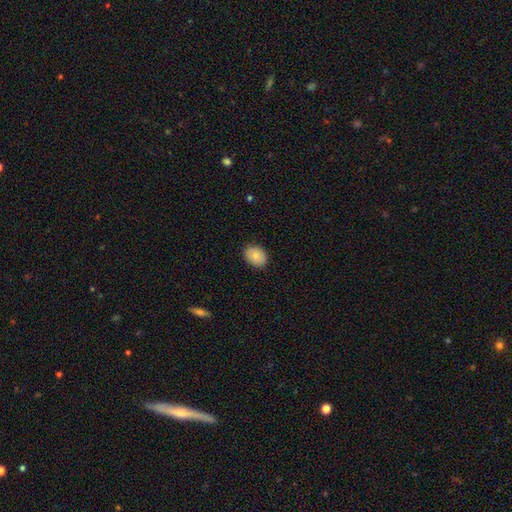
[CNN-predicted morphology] A smooth galaxy with no disk features (80%) that is in between round and cigar-shaped (66%).

Vote fractions:
- Smooth or featured? smooth: 80% / featured or disk: 12% / star or artifact: 7%
- How rounded? in between: 66% / round: 33% / cigar-shaped: 1%
- Merging? none: 87% / minor disturbance: 10% / major disturbance: 2% / merger: 1%